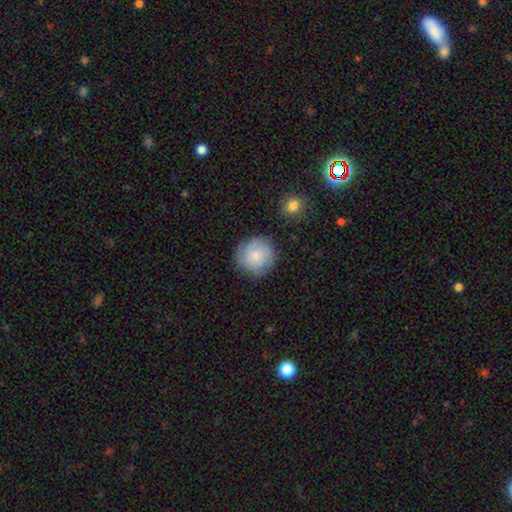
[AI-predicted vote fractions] smooth-or-featured: smooth: 65% | featured or disk: 28% | star or artifact: 7%
  how-rounded: round: 94% | in between: 5% | cigar-shaped: 1%
  merging: none: 78% | minor disturbance: 16% | major disturbance: 4% | merger: 2%